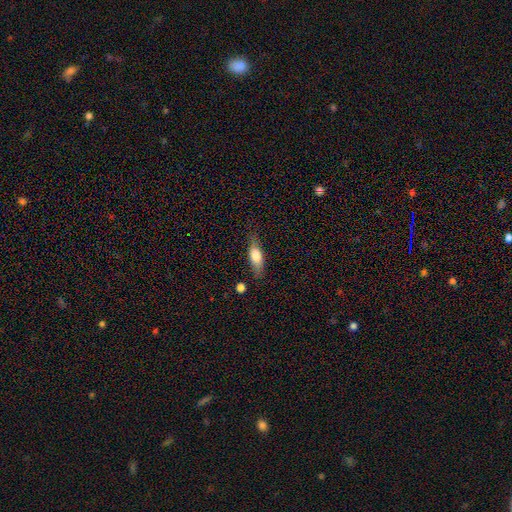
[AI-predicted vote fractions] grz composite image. It shows a smooth galaxy with no disk features (63%) that is in between round and cigar-shaped (58%). Merging: none (72%).